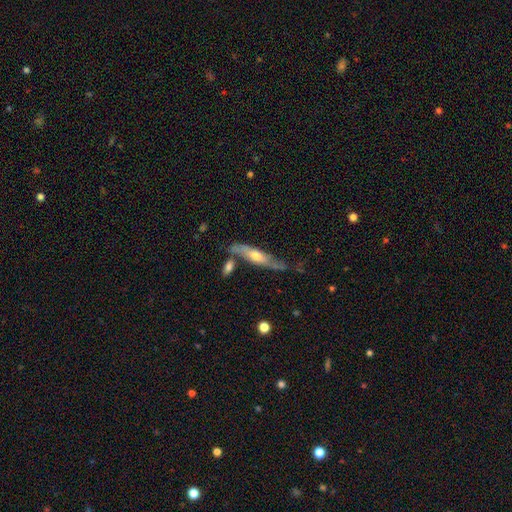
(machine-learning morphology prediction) type=featured or disk (57%); edge-on=yes (64%); merging=none (53%).